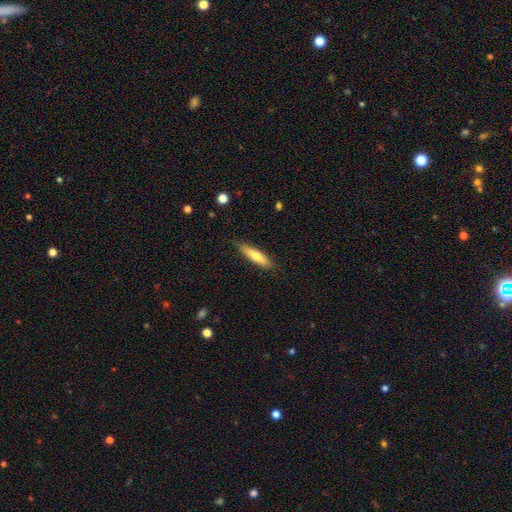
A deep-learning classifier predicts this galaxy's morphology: Overall: smooth (68%). How rounded: cigar-shaped (75%). Merging: none (83%).